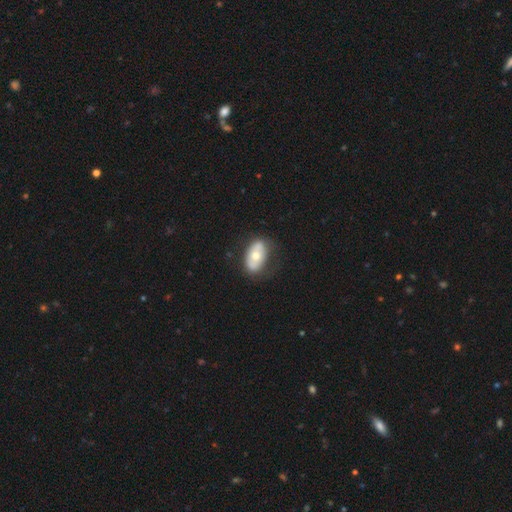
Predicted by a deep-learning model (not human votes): Morphology: type=smooth (56%); roundness=in between (91%); merging=none (72%).